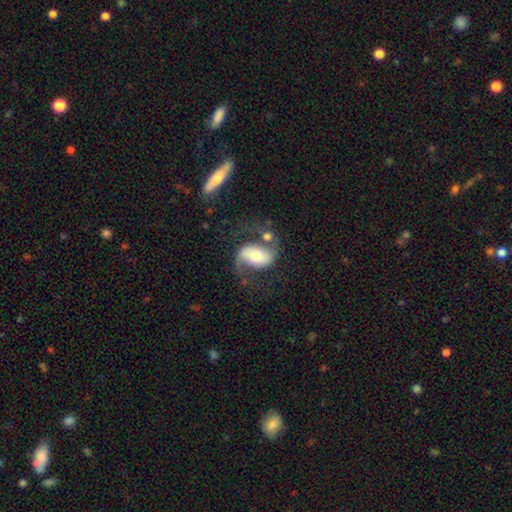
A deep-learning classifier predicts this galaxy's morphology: This appears to be a featured or disk galaxy (80%) with a weak bar (36%, tied with no), 2 (90%) loose (51%) spiral arms (94%) and a moderate central bulge (62%). Merging: none (58%).